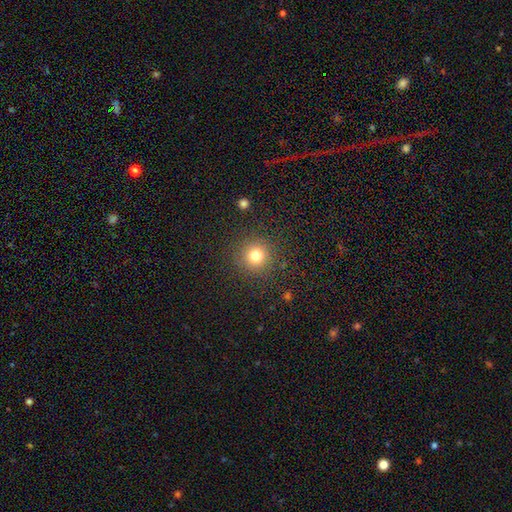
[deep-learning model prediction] Smooth or featured? smooth (79%)
How rounded? round (94%)
Merging? none (89%)